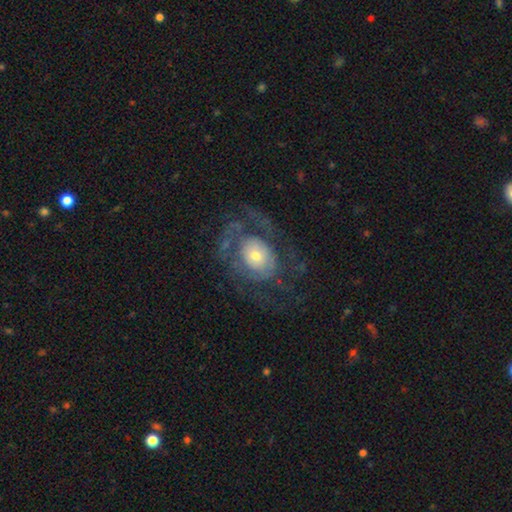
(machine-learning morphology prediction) featured or disk 68%, smooth 24%, star or artifact 8%. Down the decision tree: edge-on disk — no (96%); bar — no (82%); spiral arms — yes (65%); bulge size — small (44%); merging — none (50%).